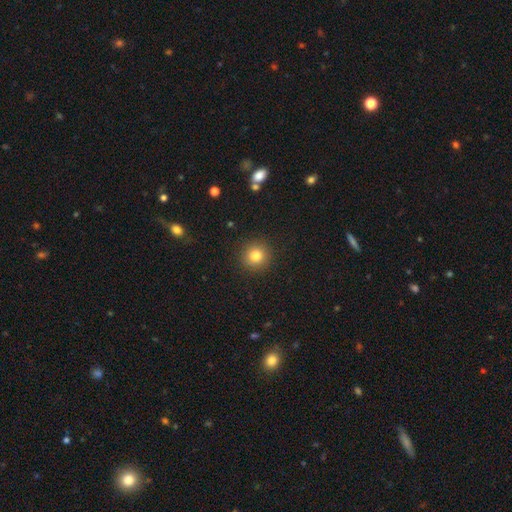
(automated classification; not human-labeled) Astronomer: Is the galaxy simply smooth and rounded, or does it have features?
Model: smooth — 81%.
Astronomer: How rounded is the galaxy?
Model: round — 93%.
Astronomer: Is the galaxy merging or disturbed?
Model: none — 91%.